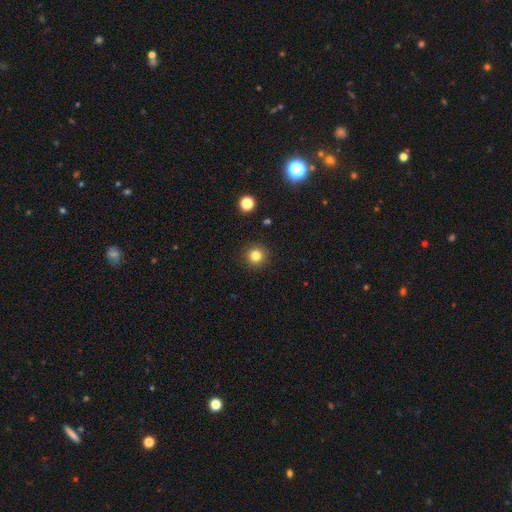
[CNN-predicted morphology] Smooth or featured? Predicted: smooth (p=0.82). How rounded? Predicted: round (p=0.95). Merging? Predicted: none (p=0.91).